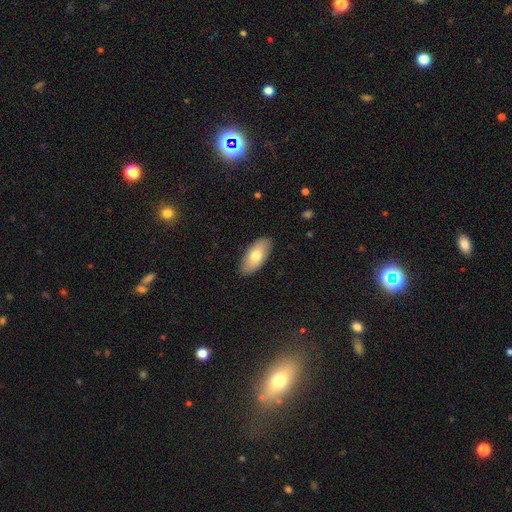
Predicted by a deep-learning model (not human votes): smooth_or_featured: smooth (p=0.74) [alt: featured or disk p=0.20]
how_rounded: in between (p=0.92) [alt: cigar-shaped p=0.05]
merging: none (p=0.88) [alt: minor disturbance p=0.09]